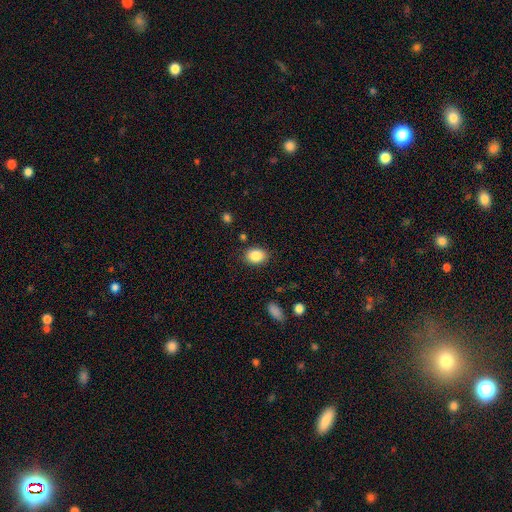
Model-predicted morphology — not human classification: A smooth galaxy with no disk features (86%) that is in between round and cigar-shaped (66%). Merging: none (85%).